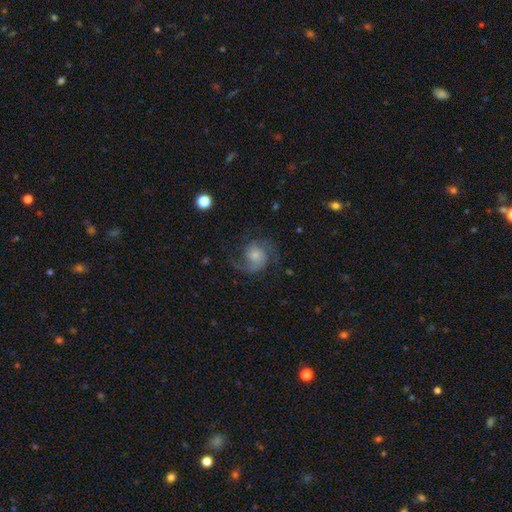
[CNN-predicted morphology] The model was most divided on "bulge size": small: 44%, moderate: 36%, large: 9%, none: 8%, dominant: 3%. Remaining: edge-on disk — no (98%); spiral arms — yes (95%); spiral arm count — 2 (75%); smooth or featured — featured or disk (75%); bar — no (69%); merging — none (64%); spiral winding — medium (47%).